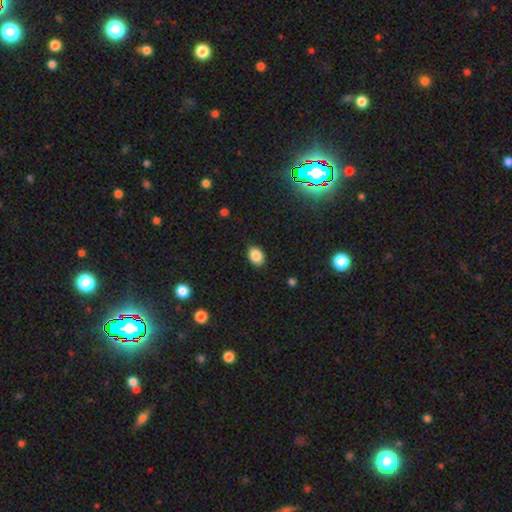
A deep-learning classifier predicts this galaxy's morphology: The model was most divided on "how rounded": in between: 80%, round: 19%, cigar-shaped: 1%. More confident: smooth or featured — smooth (87%); merging — none (86%).